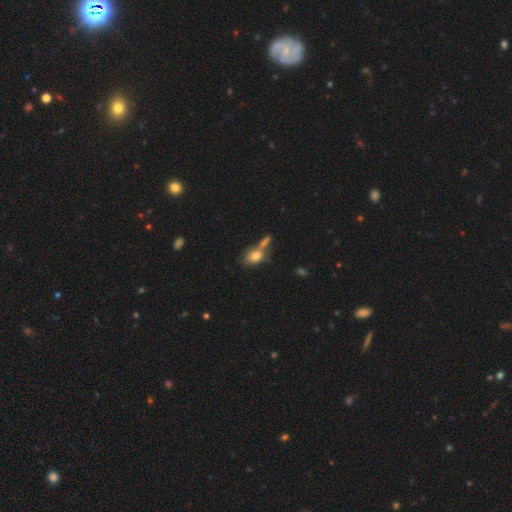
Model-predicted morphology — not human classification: This is likely a smooth galaxy (78%). How rounded: likely in between (74%). Merging: marginally merger (39%, tied with none).